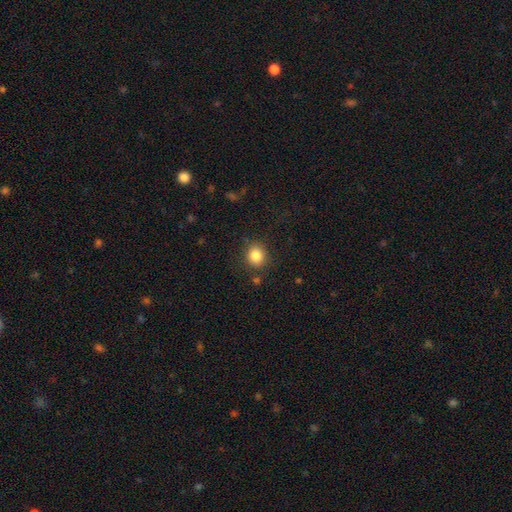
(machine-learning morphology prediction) Smooth or featured? Predicted: smooth (p=0.85). How rounded? Predicted: round (p=0.74). Merging? Predicted: none (p=0.84).